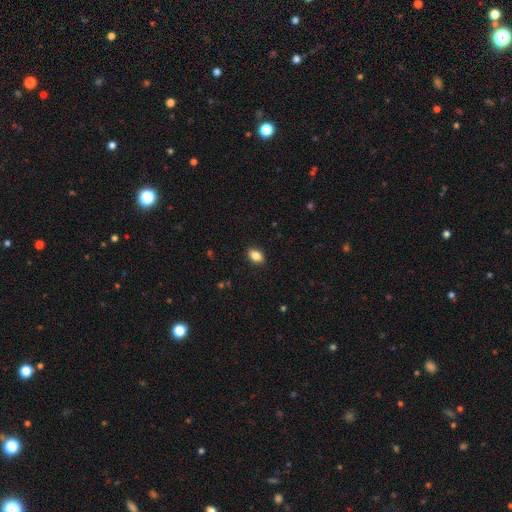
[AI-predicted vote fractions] Morphology: type=smooth (84%); roundness=in between (86%); merging=none (88%).